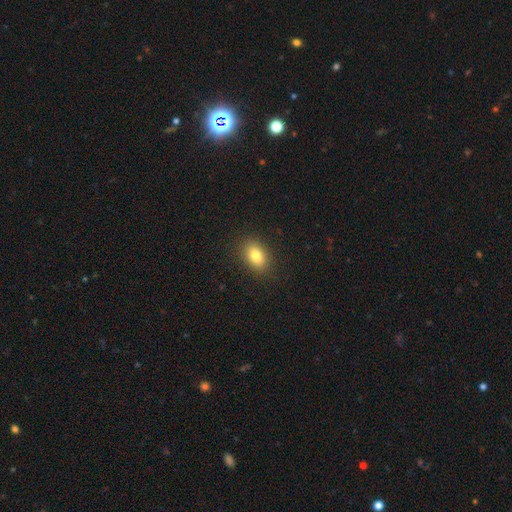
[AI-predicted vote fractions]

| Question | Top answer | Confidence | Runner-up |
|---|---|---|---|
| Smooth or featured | smooth | 82% | star or artifact (10%) |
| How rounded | in between | 80% | round (19%) |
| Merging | none | 88% | minor disturbance (8%) |